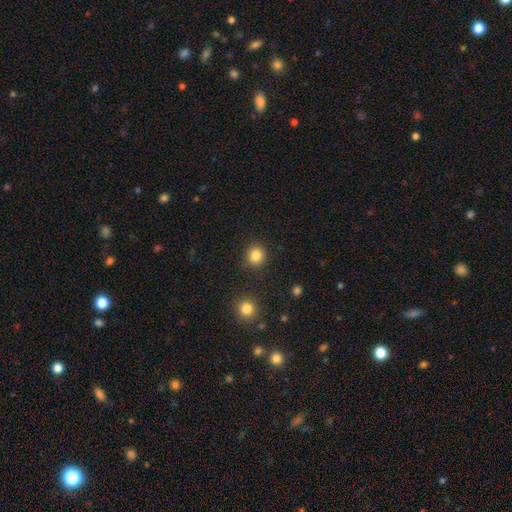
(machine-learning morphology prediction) type=smooth (84%); roundness=round (91%); merging=none (88%).